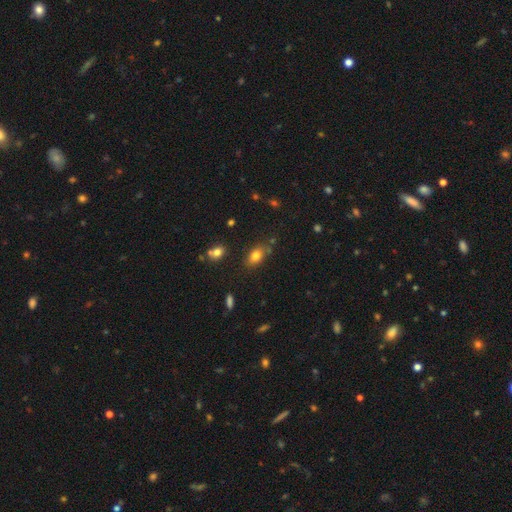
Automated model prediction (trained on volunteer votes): smooth 80%, star or artifact 11%, featured or disk 9%. Down the decision tree: how rounded — in between (81%); merging — none (71%).